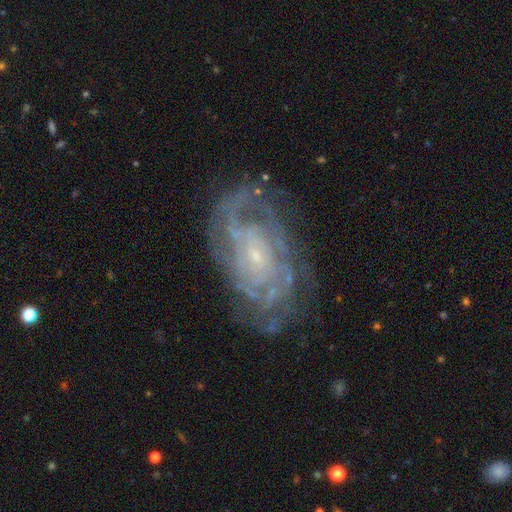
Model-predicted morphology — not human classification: type=featured or disk (84%); edge-on=no (96%); bar=no (73%); spiral arms=yes (92%); winding=tight (68%); arm count=can't tell (44%); bulge=small (82%); merging=none (71%).